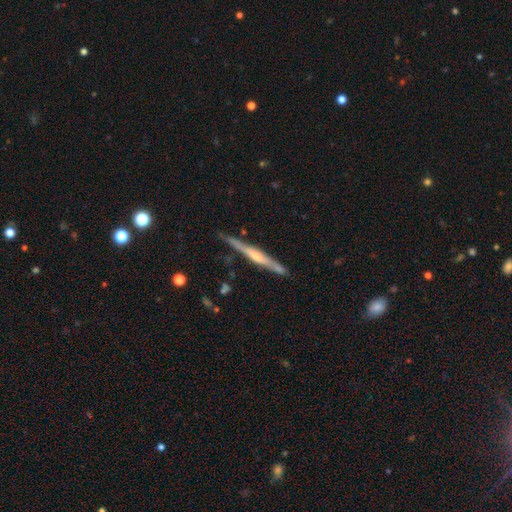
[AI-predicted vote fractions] This appears to be a featured or disk galaxy (75%) viewed edge-on (97%) with a rounded central bulge (67%). Merging: none (83%).